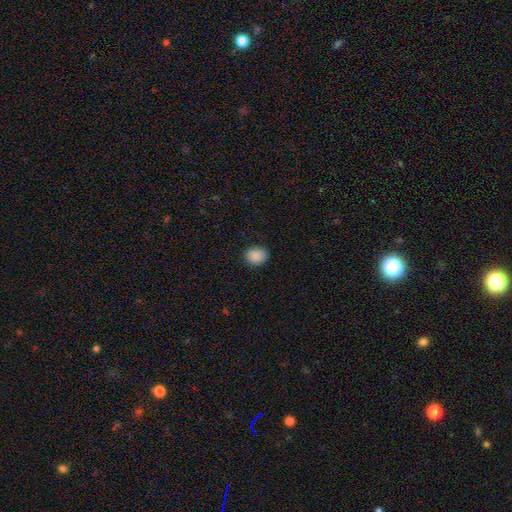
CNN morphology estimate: A smooth galaxy with no disk features (89%) that is round (50%).

Vote fractions:
- Smooth or featured? smooth: 89% / star or artifact: 8% / featured or disk: 3%
- How rounded? round: 50% / in between: 49% / cigar-shaped: 1%
- Merging? none: 85% / minor disturbance: 11% / major disturbance: 3% / merger: 1%